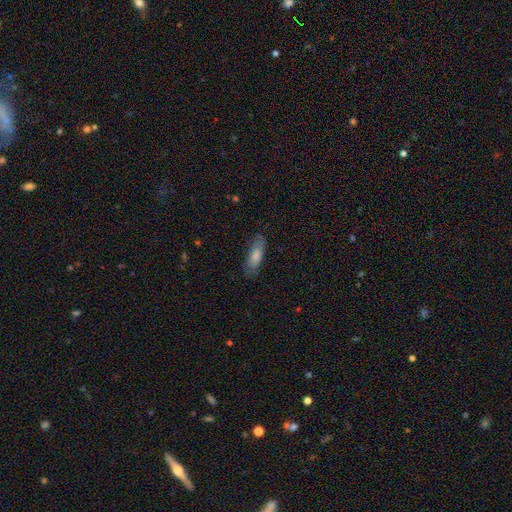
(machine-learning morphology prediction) Overall: smooth (78%). How rounded: in between (58%; cigar-shaped 40%). Merging: none (74%).